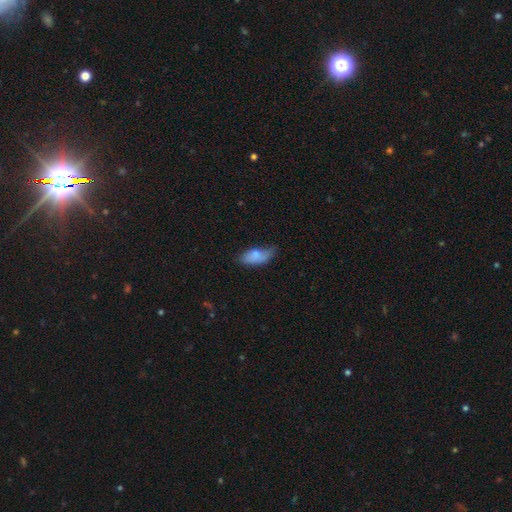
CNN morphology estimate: A smooth galaxy with no disk features (79%) that is in between round and cigar-shaped (88%). Merging: none (42%).